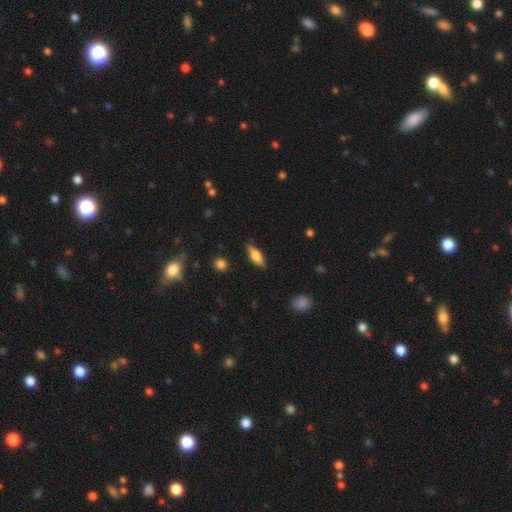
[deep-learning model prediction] smooth 68%, featured or disk 26%, star or artifact 7%. Down the decision tree: how rounded — in between (61%); merging — none (85%).